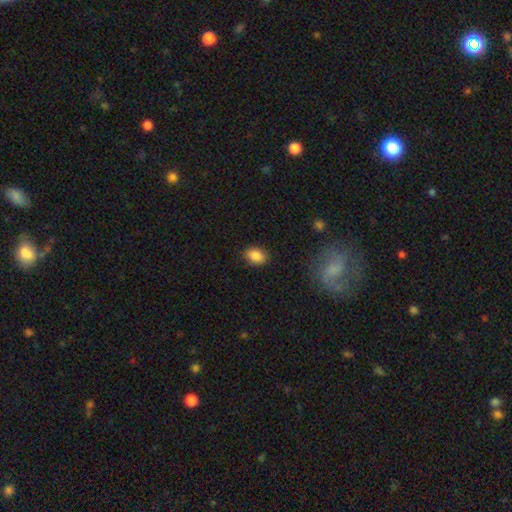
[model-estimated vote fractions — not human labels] Smooth or featured: smooth — 86% (star or artifact — 9%)
How rounded: in between — 75% (round — 24%)
Merging: none — 86% (minor disturbance — 11%)